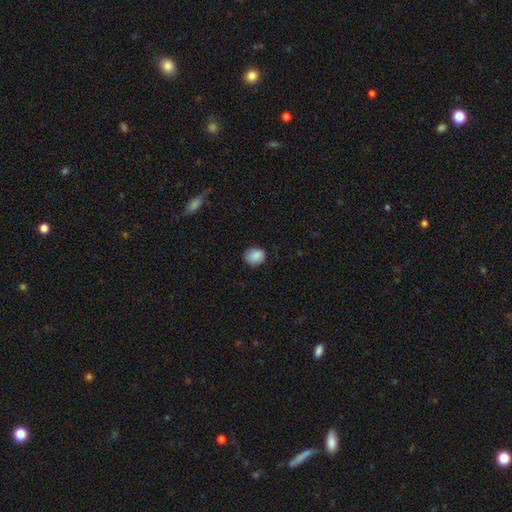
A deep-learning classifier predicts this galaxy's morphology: Smooth or featured: smooth — 88% (star or artifact — 8%)
How rounded: round — 58% (in between — 41%)
Merging: none — 82% (minor disturbance — 15%)